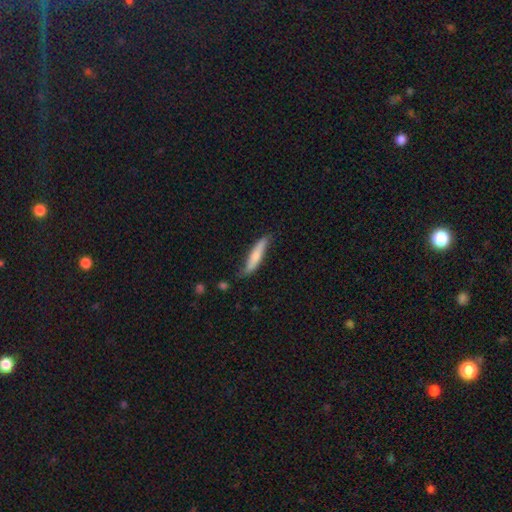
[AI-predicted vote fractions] Smooth or featured? smooth (62%)
How rounded? cigar-shaped (85%)
Merging? none (66%)